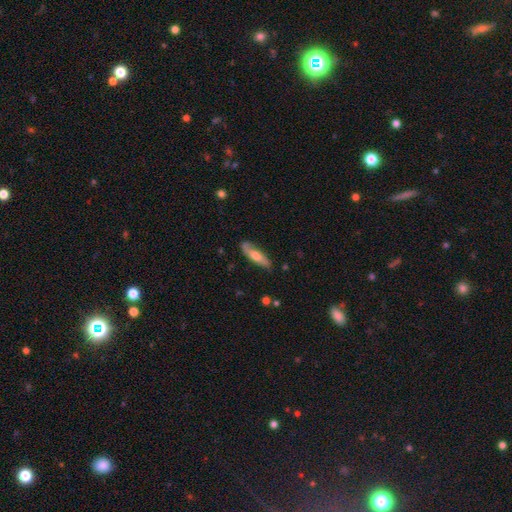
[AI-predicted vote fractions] This is possibly a smooth galaxy (54%). How rounded: likely cigar-shaped (61%). Merging: likely none (73%).